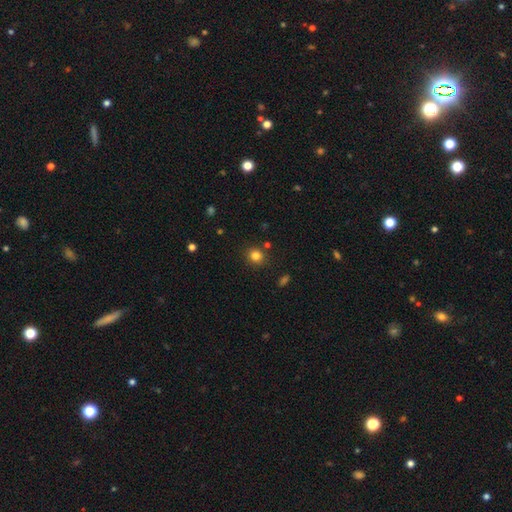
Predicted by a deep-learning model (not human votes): Smooth or featured? Predicted: smooth (p=0.81). How rounded? Predicted: round (p=0.84). Merging? Predicted: none (p=0.86).